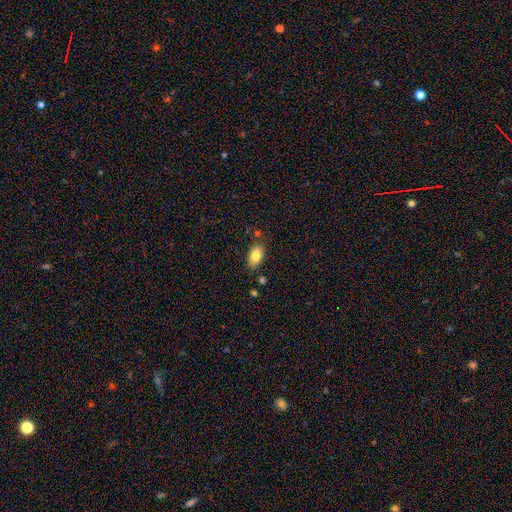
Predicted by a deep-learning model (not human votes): smooth 83%, featured or disk 10%, star or artifact 7%. Down the decision tree: how rounded — in between (93%); merging — none (80%).